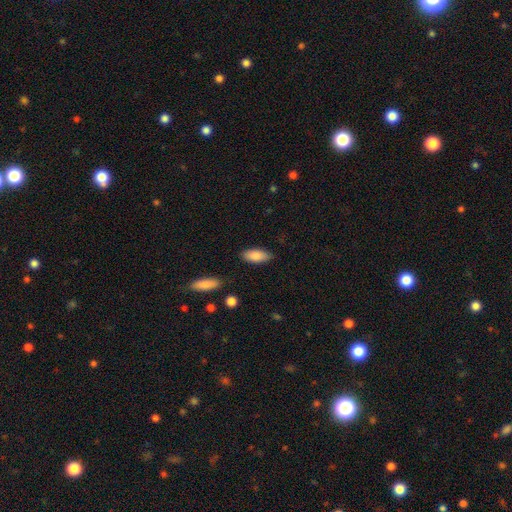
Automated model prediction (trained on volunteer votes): smooth_or_featured: smooth (p=0.86) [alt: featured or disk p=0.08]
how_rounded: in between (p=0.85) [alt: cigar-shaped p=0.13]
merging: none (p=0.83) [alt: minor disturbance p=0.12]